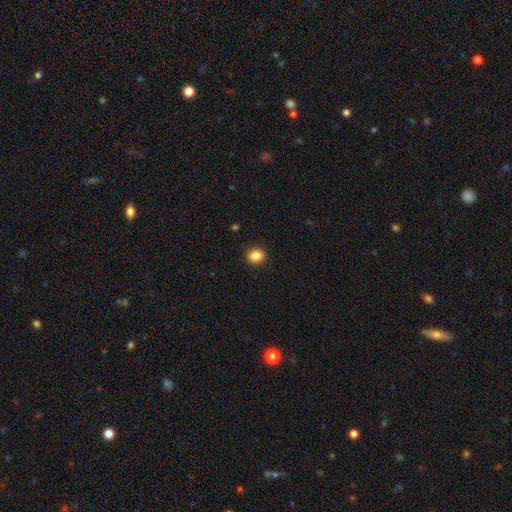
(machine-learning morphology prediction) This is clearly a smooth galaxy (87%). How rounded: likely round (64%). Merging: clearly none (91%).